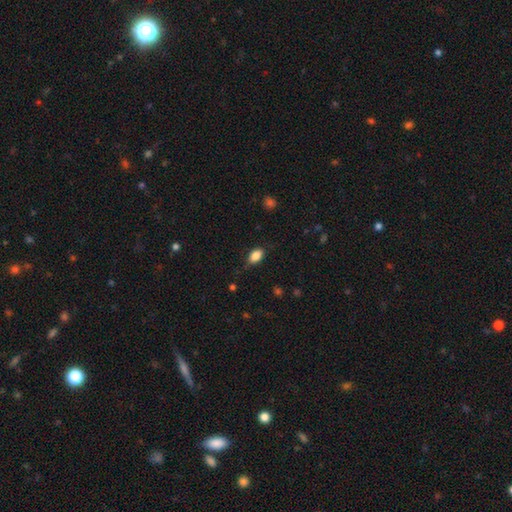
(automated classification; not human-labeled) smooth-or-featured: smooth: 87% | star or artifact: 9% | featured or disk: 5%
  how-rounded: in between: 88% | round: 10% | cigar-shaped: 2%
  merging: none: 78% | minor disturbance: 17% | major disturbance: 4% | merger: 1%